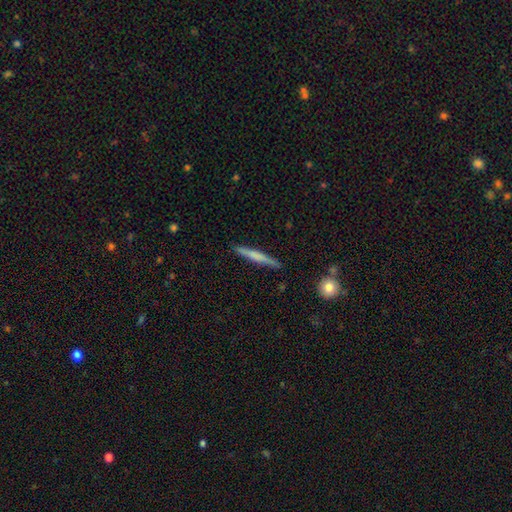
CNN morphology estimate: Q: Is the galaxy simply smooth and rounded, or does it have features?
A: smooth — 54%.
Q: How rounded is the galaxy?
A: cigar-shaped — 95%.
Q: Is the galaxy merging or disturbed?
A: none — 88%.